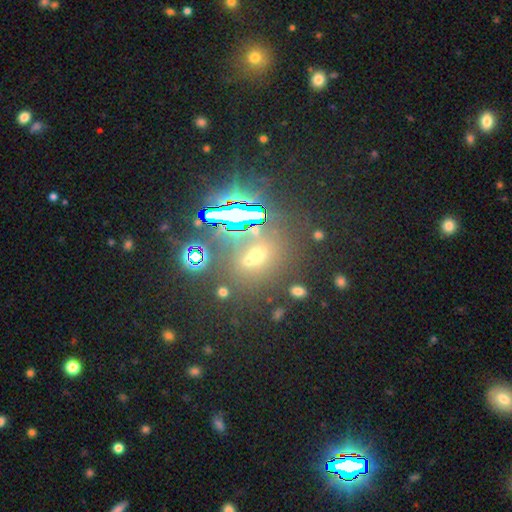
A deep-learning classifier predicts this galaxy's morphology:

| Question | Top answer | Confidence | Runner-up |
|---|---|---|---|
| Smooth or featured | star or artifact | 48% | smooth (38%) |